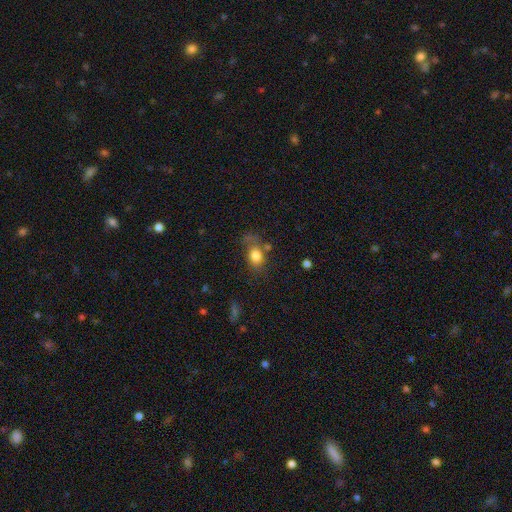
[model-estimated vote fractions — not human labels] This appears to be a smooth galaxy with no disk features (80%) that is in between round and cigar-shaped (63%). Merging: none (53%).